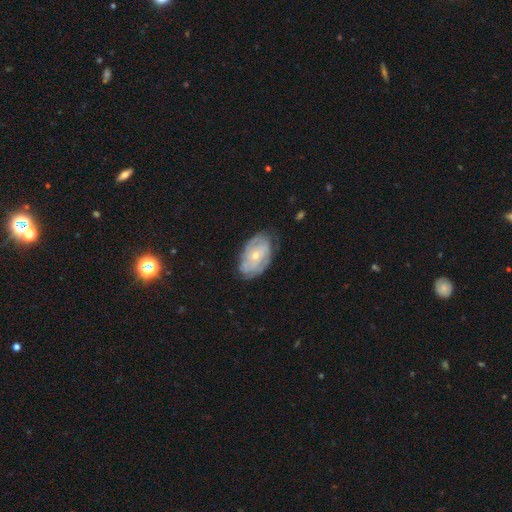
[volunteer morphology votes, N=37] Smooth or featured: featured or disk — 78% (smooth — 16%)
Edge-on disk: no — 97% (yes — 3%)
Bar: no — 93% (strong — 4%)
Spiral arms: yes — 89% (no — 11%)
Spiral winding: tight — 80% (medium — 16%)
Spiral arm count: can't tell — 44% (2 — 20%)
Bulge size: small — 57% (moderate — 39%)
Merging: none — 77% (minor disturbance — 14%)